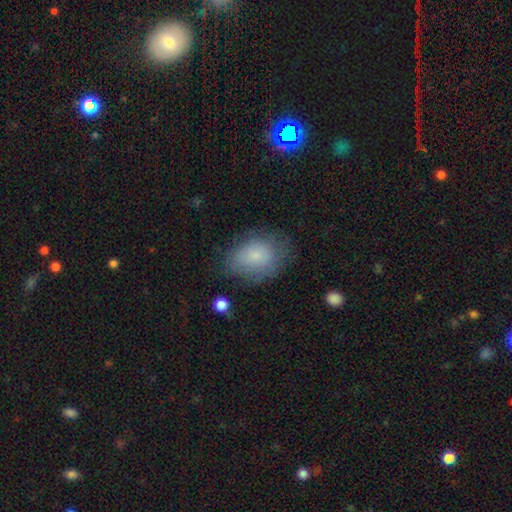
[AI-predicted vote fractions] A smooth galaxy with no disk features (76%) that is in between round and cigar-shaped (72%).

Vote fractions:
- Smooth or featured? smooth: 76% / featured or disk: 15% / star or artifact: 9%
- How rounded? in between: 72% / round: 27% / cigar-shaped: 1%
- Merging? none: 64% / minor disturbance: 23% / major disturbance: 11% / merger: 2%